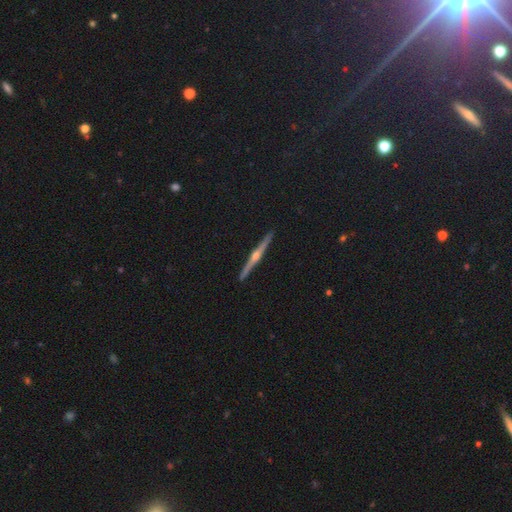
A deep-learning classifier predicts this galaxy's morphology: smooth_or_featured: featured or disk (p=0.85) [alt: smooth p=0.10]
disk_edge_on: yes (p=0.99) [alt: no p=0.01]
edge_on_bulge: rounded (p=0.92) [alt: none p=0.04]
merging: none (p=0.93) [alt: minor disturbance p=0.05]